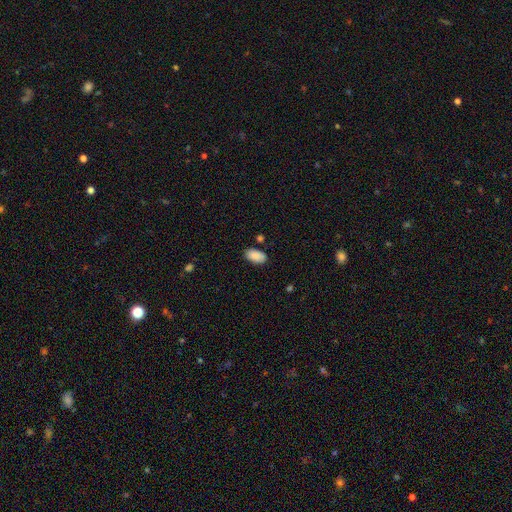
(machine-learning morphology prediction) A smooth galaxy with no disk features (90%) that is in between round and cigar-shaped (95%).

Vote fractions:
- Smooth or featured? smooth: 90% / star or artifact: 7% / featured or disk: 3%
- How rounded? in between: 95% / round: 3% / cigar-shaped: 2%
- Merging? none: 83% / minor disturbance: 11% / merger: 3% / major disturbance: 3%